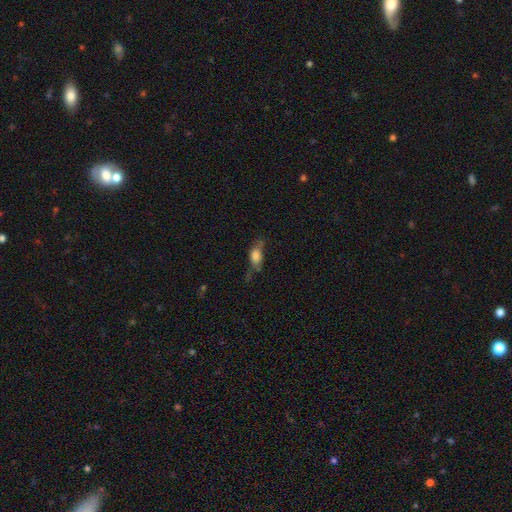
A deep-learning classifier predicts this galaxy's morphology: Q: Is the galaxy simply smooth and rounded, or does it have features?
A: smooth — 64%.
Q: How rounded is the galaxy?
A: in between — 76%.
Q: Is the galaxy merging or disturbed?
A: none — 48%.